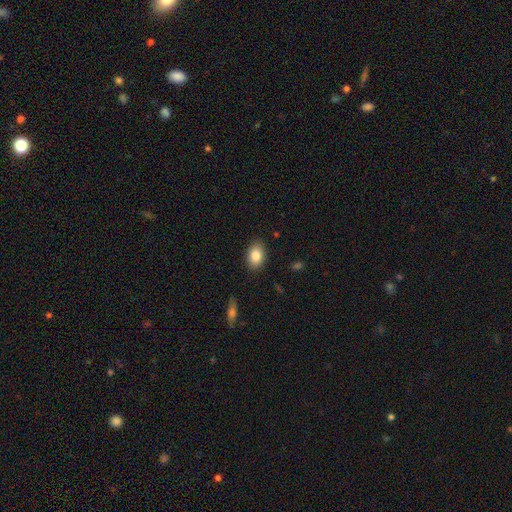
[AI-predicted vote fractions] Q: Smooth or featured?
A: smooth (84%); runner-up: star or artifact (8%)
Q: How rounded?
A: in between (86%); runner-up: round (13%)
Q: Merging?
A: none (88%); runner-up: minor disturbance (9%)